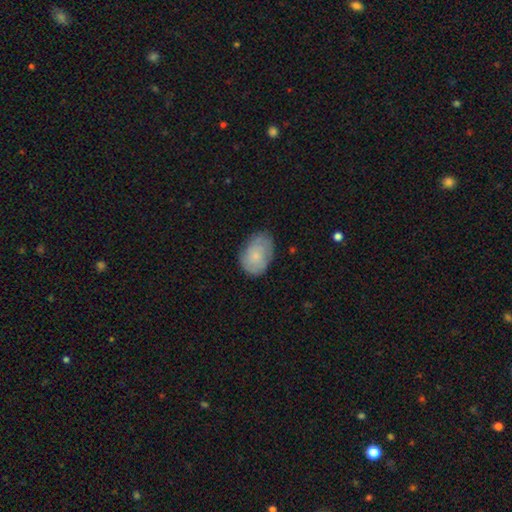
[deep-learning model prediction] Morphology: type=smooth (65%); roundness=in between (82%); merging=none (70%).